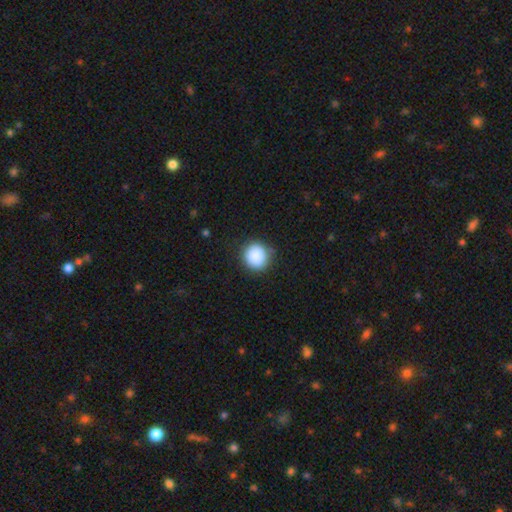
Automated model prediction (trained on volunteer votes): Smooth or featured?
  - smooth: 89% *
  - star or artifact: 8%
  - featured or disk: 3%
How rounded?
  - round: 91% *
  - in between: 8%
  - cigar-shaped: 1%
Merging?
  - none: 86% *
  - minor disturbance: 9%
  - major disturbance: 3%
  - merger: 1%